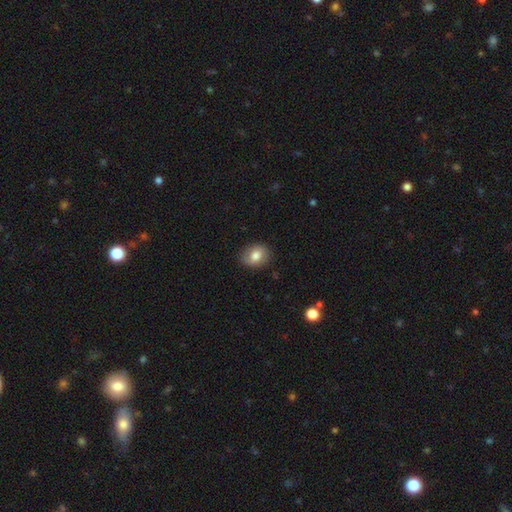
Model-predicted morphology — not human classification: Q: Smooth or featured?
A: smooth (78%); runner-up: featured or disk (14%)
Q: How rounded?
A: in between (50%); runner-up: round (49%)
Q: Merging?
A: none (83%); runner-up: minor disturbance (13%)